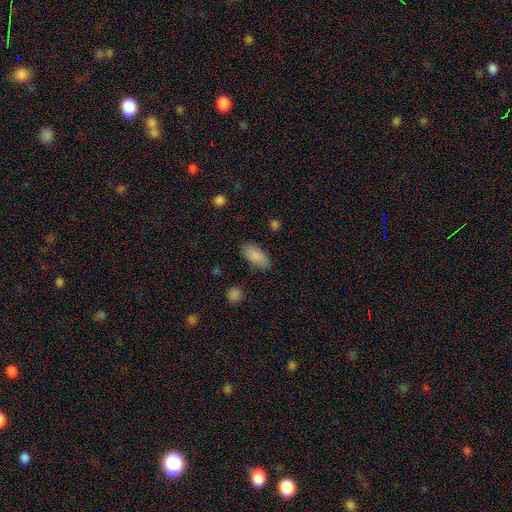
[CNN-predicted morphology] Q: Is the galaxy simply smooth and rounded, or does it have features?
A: smooth — 88%.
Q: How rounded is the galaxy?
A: in between — 91%.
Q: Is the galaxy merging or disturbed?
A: none — 84%.